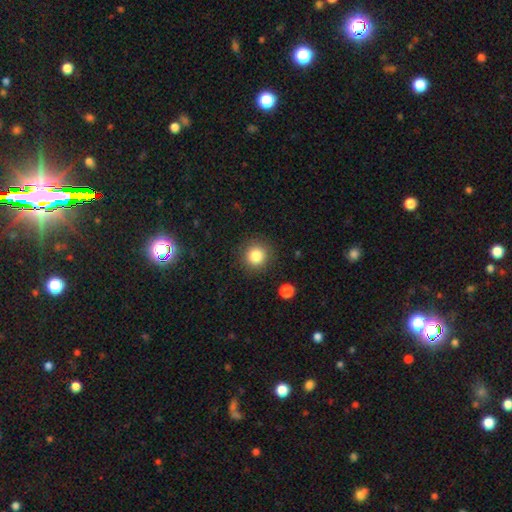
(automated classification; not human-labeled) Overall: smooth (83%). How rounded: round (93%). Merging: none (88%).